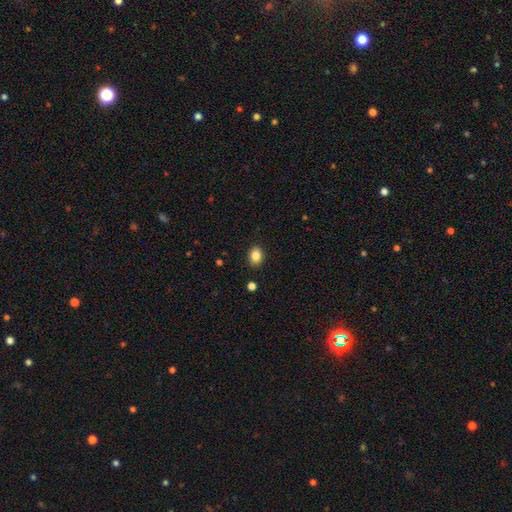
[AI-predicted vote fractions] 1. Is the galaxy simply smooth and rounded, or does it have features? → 85% smooth, 10% star or artifact, 5% featured or disk.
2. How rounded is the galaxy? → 62% in between, 37% round, 1% cigar-shaped.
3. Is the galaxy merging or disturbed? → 89% none, 8% minor disturbance, 2% major disturbance, 1% merger.